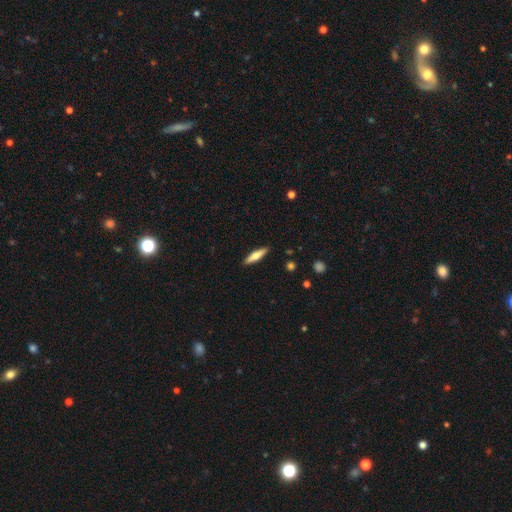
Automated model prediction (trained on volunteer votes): Smooth or featured: smooth — 57% (featured or disk — 37%)
How rounded: cigar-shaped — 72% (in between — 26%)
Merging: none — 90% (minor disturbance — 7%)